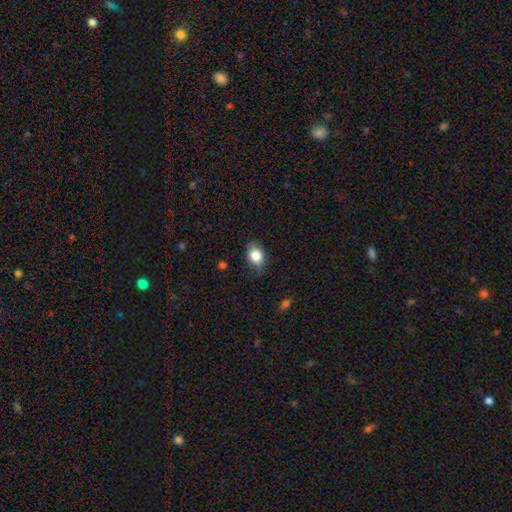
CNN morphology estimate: type=smooth (79%); roundness=in between (63%); merging=none (66%).